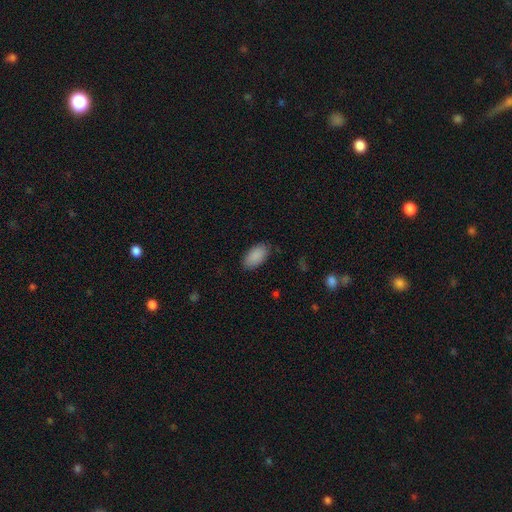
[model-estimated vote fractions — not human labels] smooth 90%, star or artifact 6%, featured or disk 4%. Down the decision tree: how rounded — in between (95%); merging — none (84%).